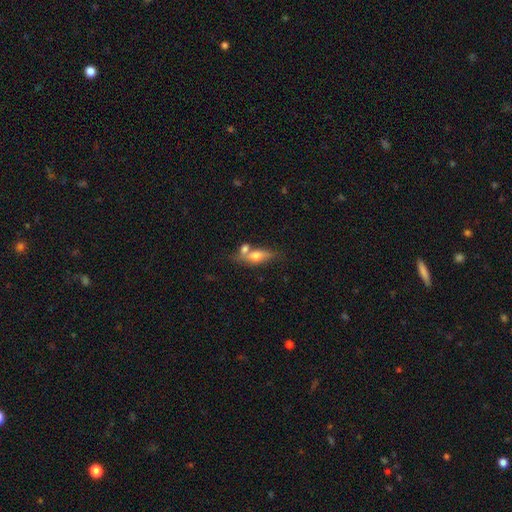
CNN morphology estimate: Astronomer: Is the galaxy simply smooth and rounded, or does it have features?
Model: smooth — 63%.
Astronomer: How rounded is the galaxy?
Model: in between — 70%.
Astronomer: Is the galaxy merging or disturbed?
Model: merger — 44% (runner-up: none, 35%).